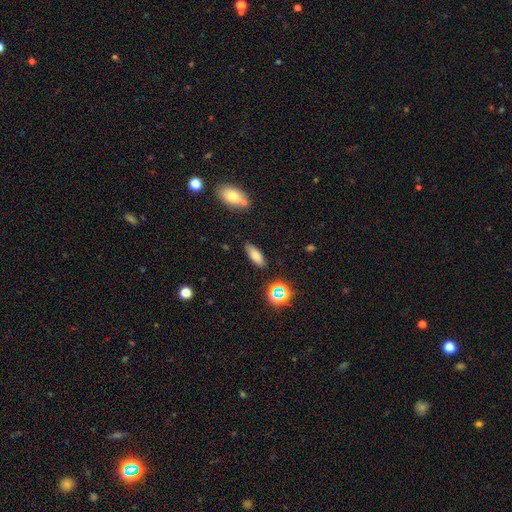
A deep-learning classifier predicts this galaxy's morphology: The model was most divided on "how rounded": in between: 74%, cigar-shaped: 23%, round: 3%. More confident: merging — none (84%); smooth or featured — smooth (77%).